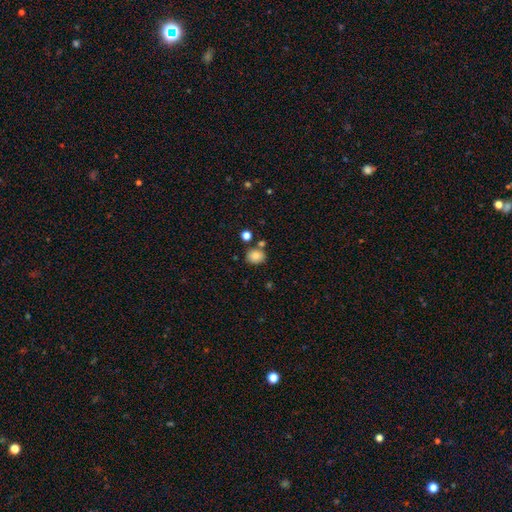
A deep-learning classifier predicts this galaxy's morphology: Overall: smooth (84%). How rounded: round (60%; in between 39%). Merging: none (74%).